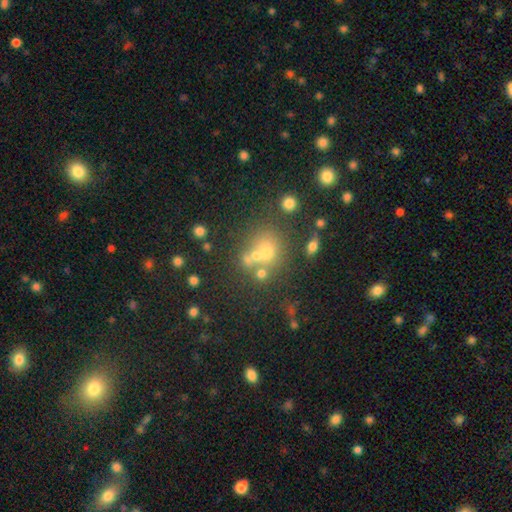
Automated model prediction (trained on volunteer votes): Smooth or featured?
  - smooth: 59% *
  - star or artifact: 23%
  - featured or disk: 18%
How rounded?
  - round: 72% *
  - in between: 27%
  - cigar-shaped: 1%
Merging?
  - none: 48% *
  - merger: 31%
  - minor disturbance: 12%
  - major disturbance: 8%